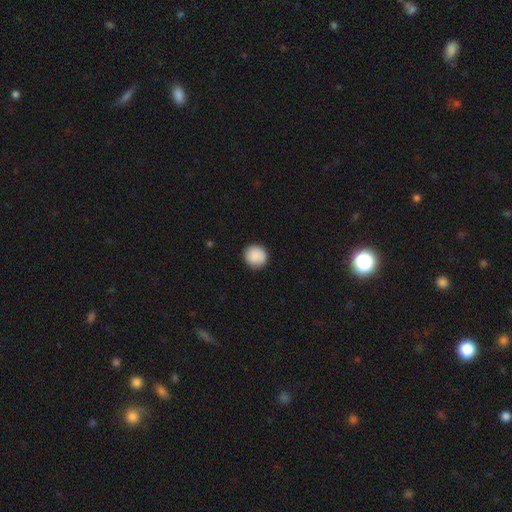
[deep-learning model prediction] A smooth galaxy with no disk features (90%) that is round (91%).

Vote fractions:
- Smooth or featured? smooth: 90% / star or artifact: 7% / featured or disk: 3%
- How rounded? round: 91% / in between: 8% / cigar-shaped: 1%
- Merging? none: 90% / minor disturbance: 7% / major disturbance: 2% / merger: 1%